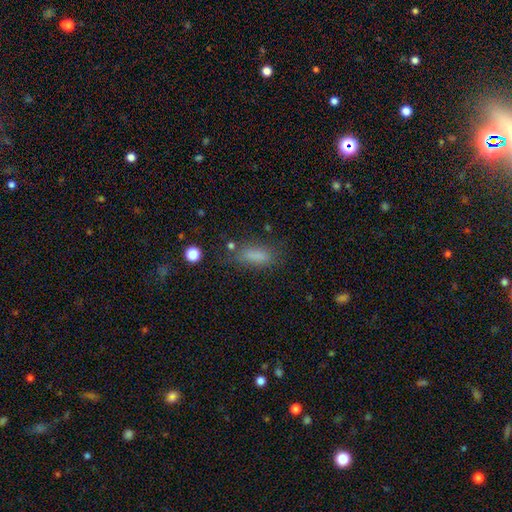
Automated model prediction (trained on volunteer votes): A smooth galaxy with no disk features (79%) that is in between round and cigar-shaped (64%). Merging: none (67%).